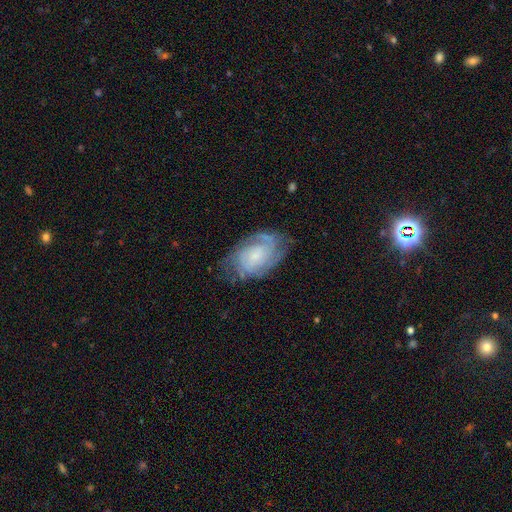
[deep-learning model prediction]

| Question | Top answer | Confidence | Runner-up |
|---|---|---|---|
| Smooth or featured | featured or disk | 76% | smooth (17%) |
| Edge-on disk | no | 97% | yes (3%) |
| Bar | no | 67% | weak (28%) |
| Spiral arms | yes | 93% | no (7%) |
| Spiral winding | tight | 61% | medium (30%) |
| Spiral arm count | can't tell | 41% | 2 (28%) |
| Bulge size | small | 63% | moderate (21%) |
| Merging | none | 67% | minor disturbance (22%) |